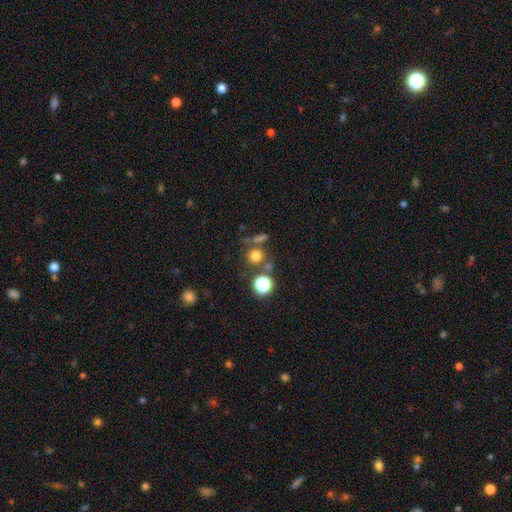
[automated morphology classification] Smooth or featured: smooth — 72% (star or artifact — 19%)
How rounded: round — 90% (in between — 8%)
Merging: none — 66% (merger — 19%)